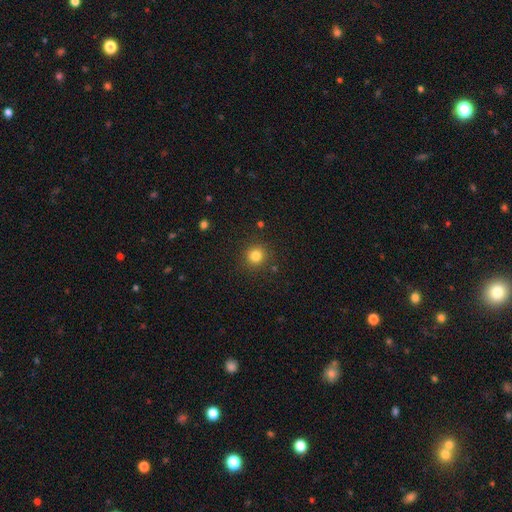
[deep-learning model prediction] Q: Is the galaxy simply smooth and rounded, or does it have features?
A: smooth — 82%.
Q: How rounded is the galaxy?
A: round — 92%.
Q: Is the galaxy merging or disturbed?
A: none — 89%.